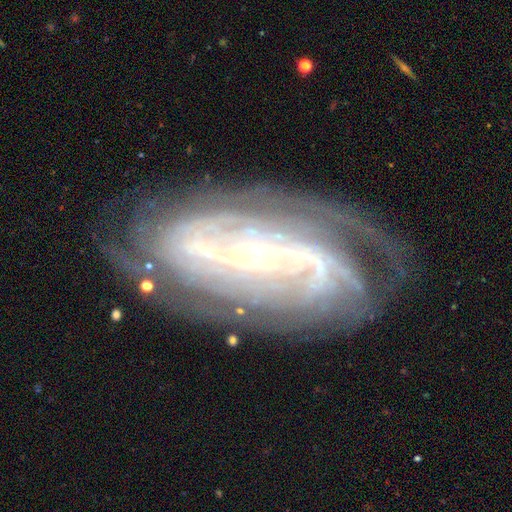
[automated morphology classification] featured or disk 89%, star or artifact 6%, smooth 5%. Down the decision tree: edge-on disk — no (93%); bar — no (37%); spiral arms — yes (96%); spiral arm count — can't tell (27%); spiral winding — tight (65%); bulge size — small (81%); merging — none (75%).